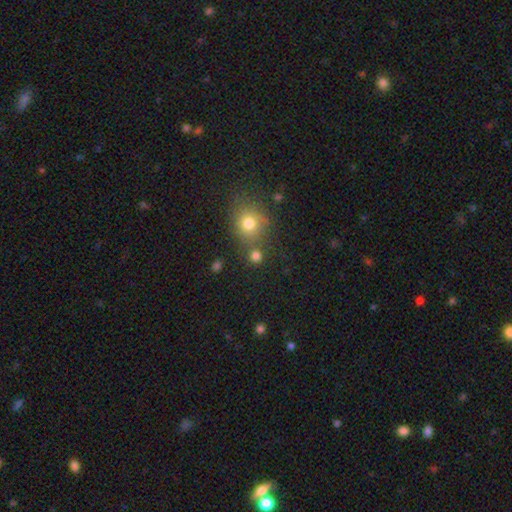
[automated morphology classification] A smooth galaxy with no disk features (78%) that is round (88%). Merging: none (70%).